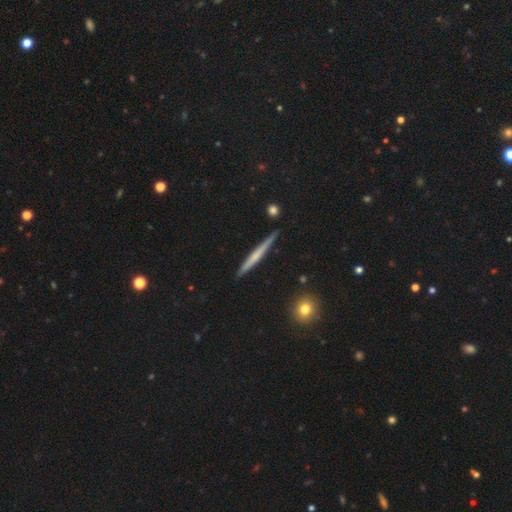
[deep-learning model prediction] Smooth or featured?
  - featured or disk: 55% *
  - smooth: 39%
  - star or artifact: 6%
Edge-on disk?
  - yes: 97% *
  - no: 3%
Edge-on bulge?
  - none: 67% *
  - rounded: 25%
  - boxy: 8%
Merging?
  - none: 90% *
  - minor disturbance: 7%
  - merger: 1%
  - major disturbance: 1%